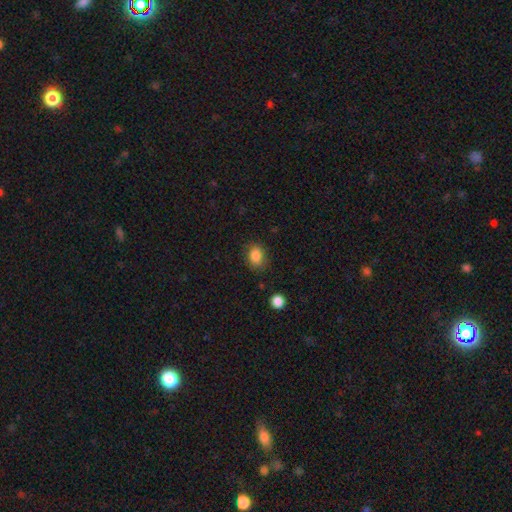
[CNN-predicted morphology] Smooth or featured? Predicted: smooth (p=0.86). How rounded? Predicted: in between (p=0.61). Merging? Predicted: none (p=0.79).